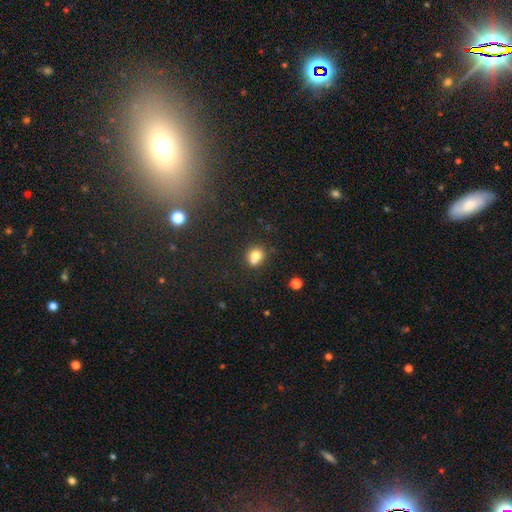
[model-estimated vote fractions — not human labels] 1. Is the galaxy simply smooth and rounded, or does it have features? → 75% smooth, 13% star or artifact, 12% featured or disk.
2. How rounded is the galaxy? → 71% round, 28% in between, 1% cigar-shaped.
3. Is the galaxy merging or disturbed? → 48% none, 34% merger, 14% minor disturbance, 5% major disturbance.